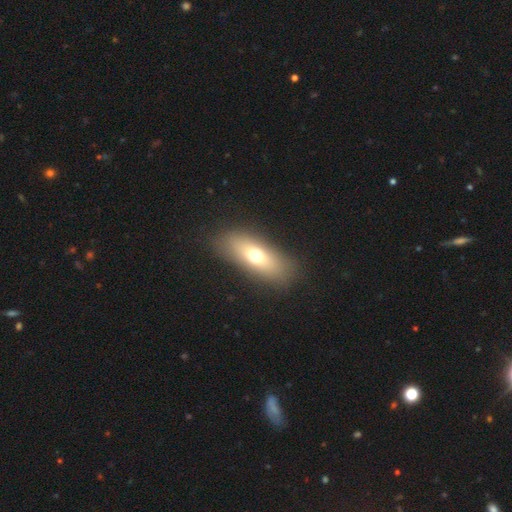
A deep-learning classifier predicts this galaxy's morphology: Smooth or featured?
  - smooth: 64% *
  - featured or disk: 26%
  - star or artifact: 10%
How rounded?
  - in between: 68% *
  - cigar-shaped: 26%
  - round: 6%
Merging?
  - none: 86% *
  - minor disturbance: 9%
  - major disturbance: 4%
  - merger: 1%